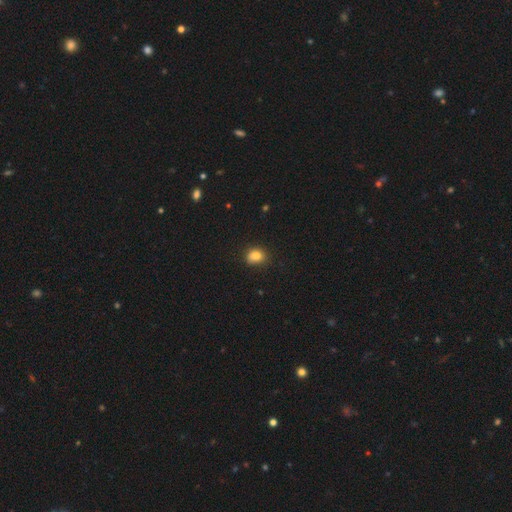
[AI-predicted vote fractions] A smooth galaxy with no disk features (82%) that is round (52%).

Vote fractions:
- Smooth or featured? smooth: 82% / star or artifact: 11% / featured or disk: 7%
- How rounded? round: 52% / in between: 47% / cigar-shaped: 1%
- Merging? none: 71% / minor disturbance: 22% / major disturbance: 4% / merger: 3%